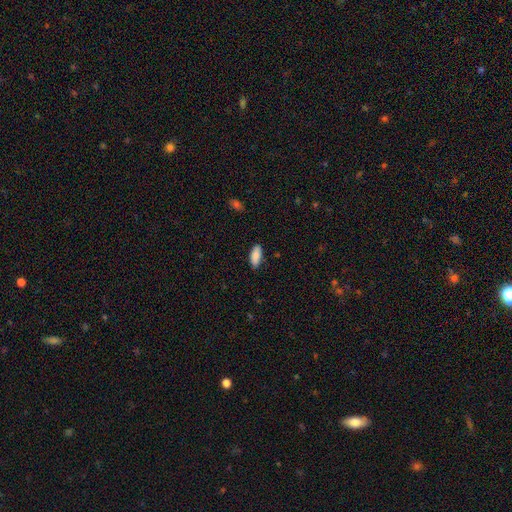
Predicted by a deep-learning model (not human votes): Overall: smooth (89%). How rounded: in between (85%). Merging: none (85%).